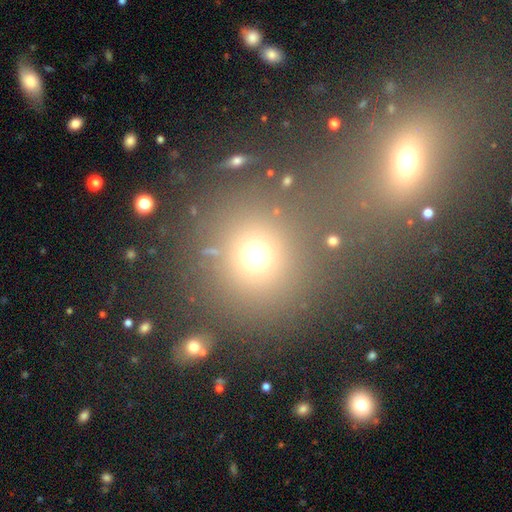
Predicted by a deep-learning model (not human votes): Smooth or featured: smooth — 62% (star or artifact — 29%)
How rounded: round — 89% (in between — 10%)
Merging: none — 69% (merger — 18%)